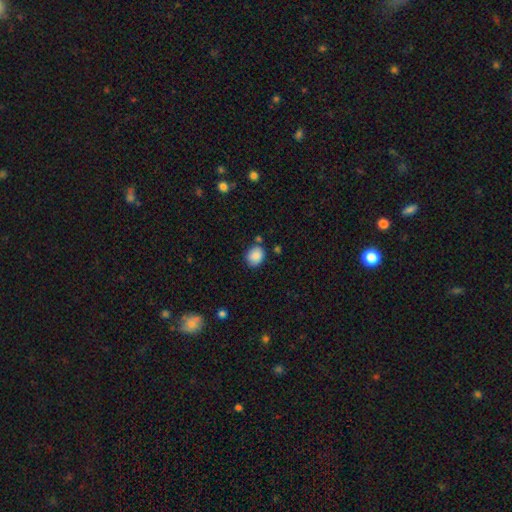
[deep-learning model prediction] The model was most divided on "how rounded": round: 56%, in between: 43%, cigar-shaped: 1%. More confident: smooth or featured — smooth (87%); merging — none (74%).